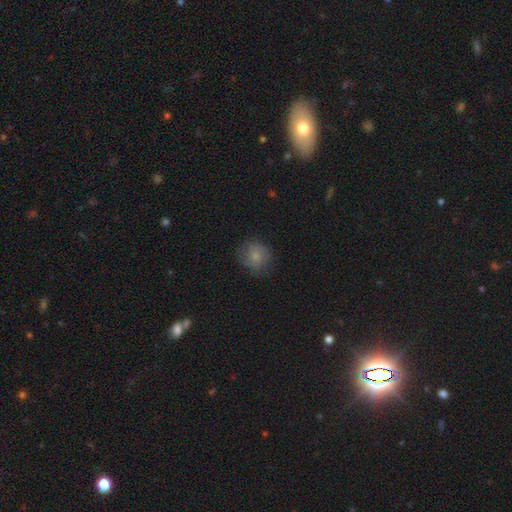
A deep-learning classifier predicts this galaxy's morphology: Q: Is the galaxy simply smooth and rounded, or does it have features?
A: smooth — 67%.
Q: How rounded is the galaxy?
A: round — 78%.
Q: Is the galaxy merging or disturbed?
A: none — 70%.